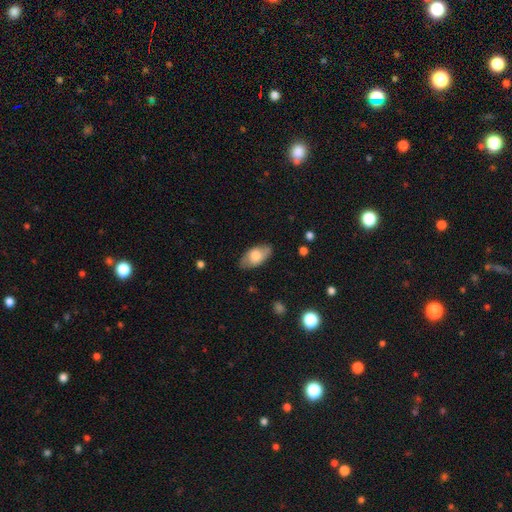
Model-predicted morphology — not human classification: A smooth galaxy with no disk features (69%) that is in between round and cigar-shaped (93%). Merging: none (81%).